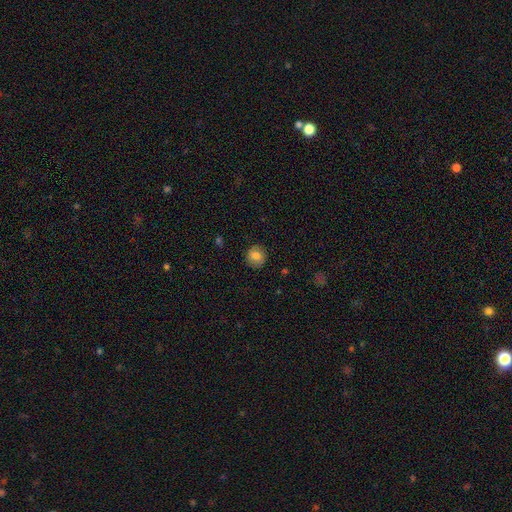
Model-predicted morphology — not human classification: Q: Smooth or featured?
A: smooth (78%); runner-up: featured or disk (13%)
Q: How rounded?
A: round (89%); runner-up: in between (10%)
Q: Merging?
A: none (87%); runner-up: minor disturbance (10%)